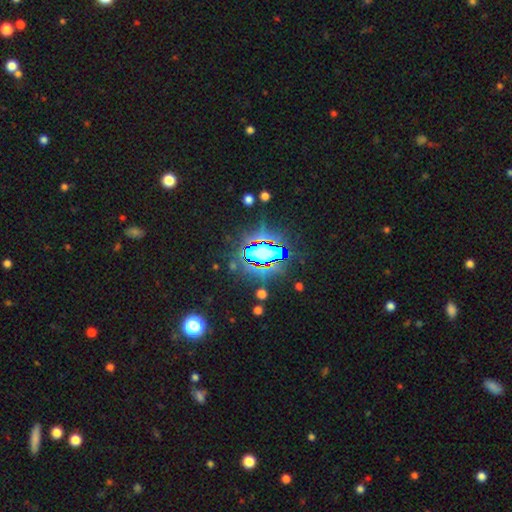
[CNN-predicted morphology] A star or artifact, not a galaxy (85%).

Vote fractions:
- Smooth or featured? star or artifact: 85% / smooth: 8% / featured or disk: 6%